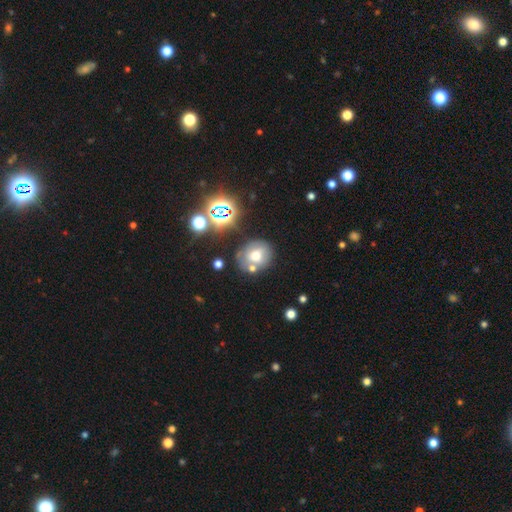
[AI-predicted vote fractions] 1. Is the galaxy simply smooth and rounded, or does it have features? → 60% smooth, 23% featured or disk, 17% star or artifact.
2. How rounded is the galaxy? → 74% round, 25% in between, 1% cigar-shaped.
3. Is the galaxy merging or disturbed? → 64% none, 15% minor disturbance, 15% merger, 6% major disturbance.